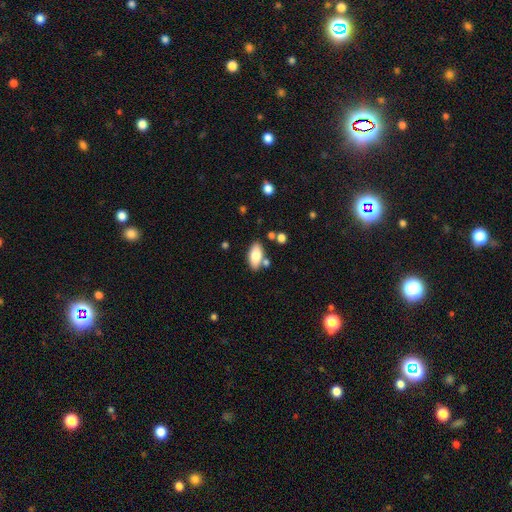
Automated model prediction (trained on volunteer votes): This is clearly a smooth galaxy (82%). How rounded: clearly in between (91%). Merging: likely none (74%).